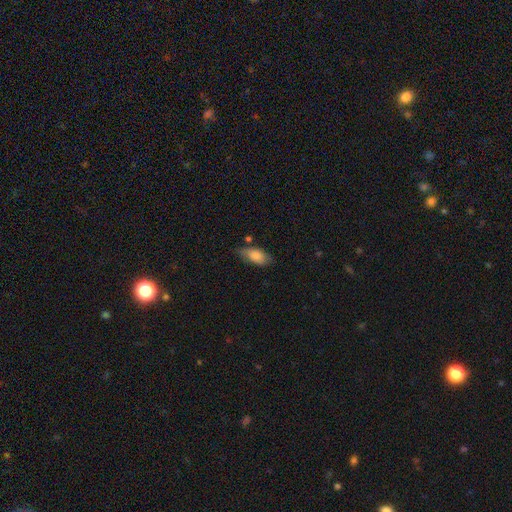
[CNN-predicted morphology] A smooth galaxy with no disk features (79%) that is in between round and cigar-shaped (87%). Merging: none (61%).